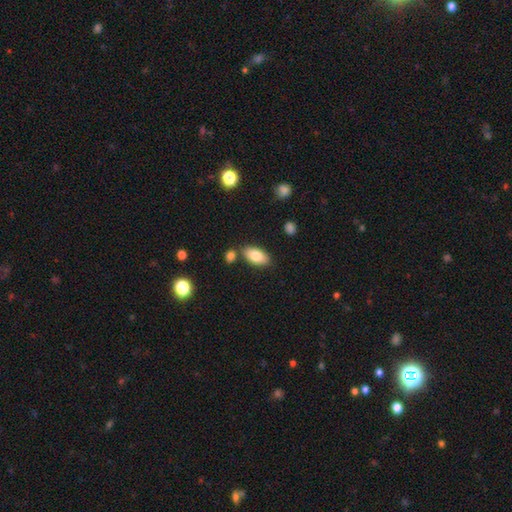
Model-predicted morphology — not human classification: Smooth or featured: smooth — 81% (featured or disk — 12%)
How rounded: in between — 93% (cigar-shaped — 4%)
Merging: none — 78% (minor disturbance — 11%)